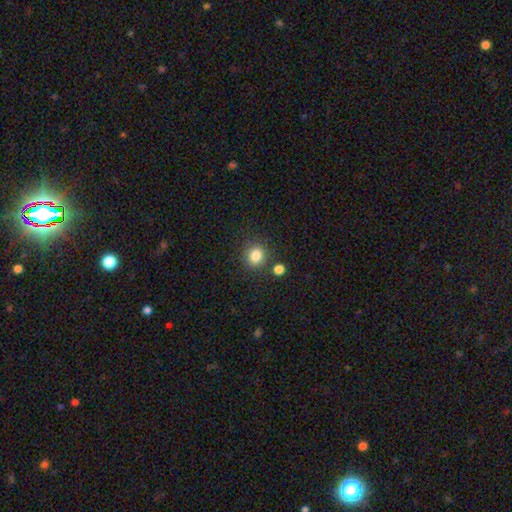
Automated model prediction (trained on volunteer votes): Morphology: type=smooth (83%); roundness=round (80%); merging=none (80%).